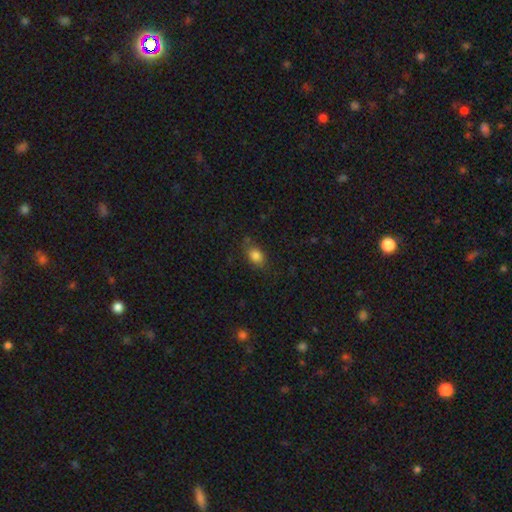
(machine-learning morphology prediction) A smooth galaxy with no disk features (82%) that is in between round and cigar-shaped (71%). Merging: none (72%).